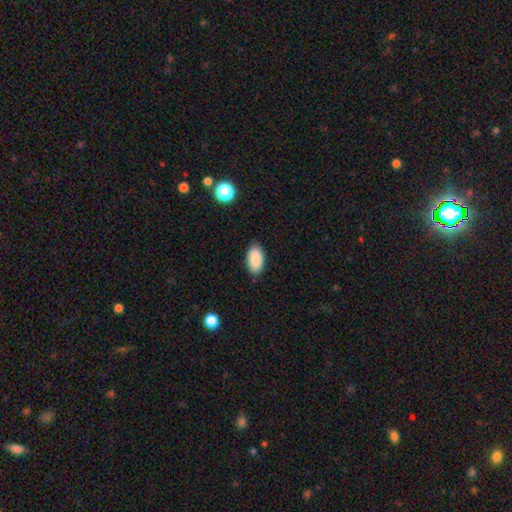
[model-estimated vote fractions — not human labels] This is clearly a smooth galaxy (89%). How rounded: clearly in between (95%). Merging: clearly none (85%).